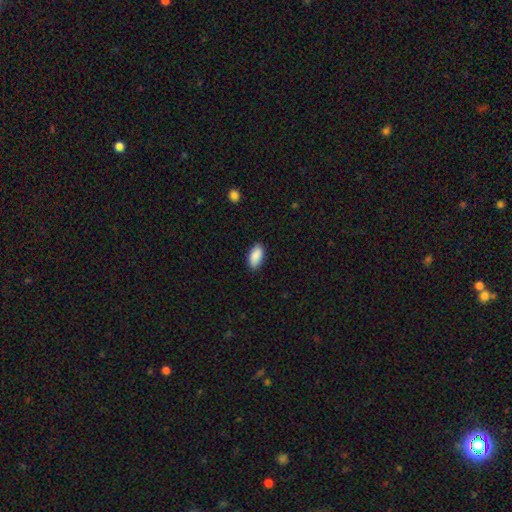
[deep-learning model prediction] Morphology: type=smooth (90%); roundness=in between (93%); merging=none (86%).